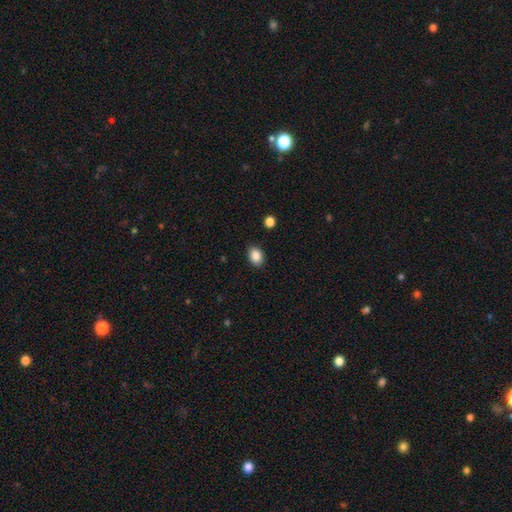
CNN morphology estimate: Smooth or featured? smooth (87%)
How rounded? in between (71%)
Merging? none (88%)